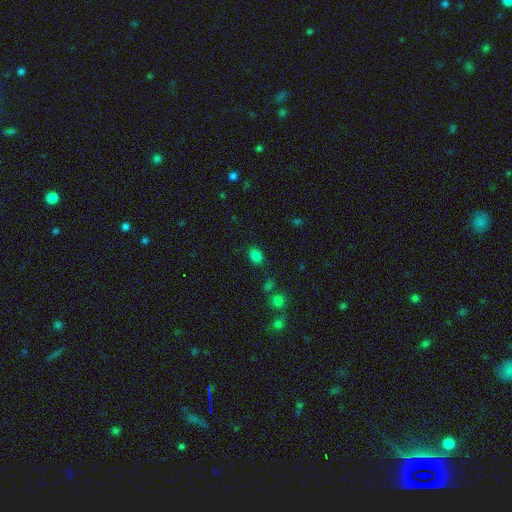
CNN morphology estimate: Overall: smooth (81%). How rounded: in between (67%; round 32%). Merging: none (83%).